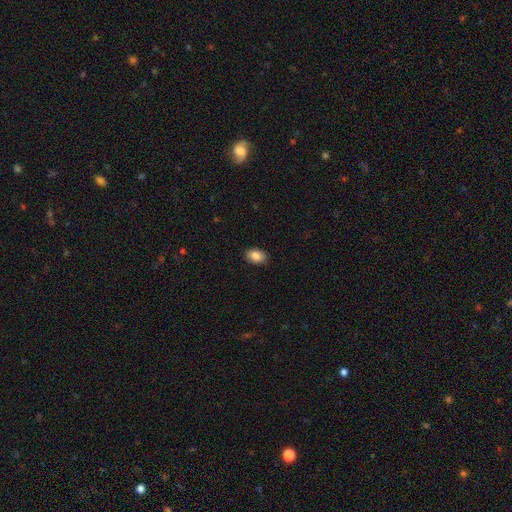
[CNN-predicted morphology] Smooth or featured? smooth (86%)
How rounded? in between (83%)
Merging? none (89%)